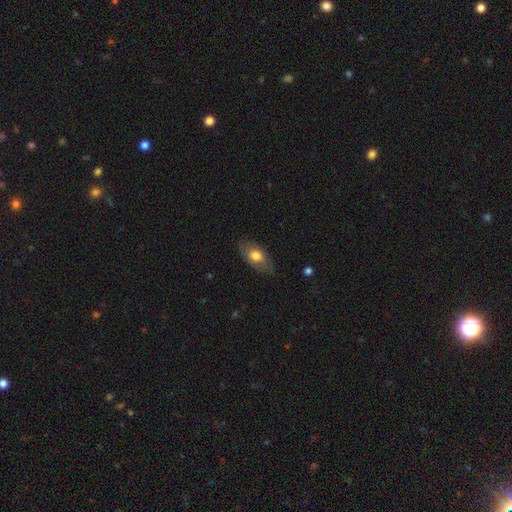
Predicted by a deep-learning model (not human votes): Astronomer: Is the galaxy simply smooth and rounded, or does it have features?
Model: smooth — 70%.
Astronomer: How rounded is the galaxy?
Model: in between — 90%.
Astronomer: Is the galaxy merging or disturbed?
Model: none — 79%.